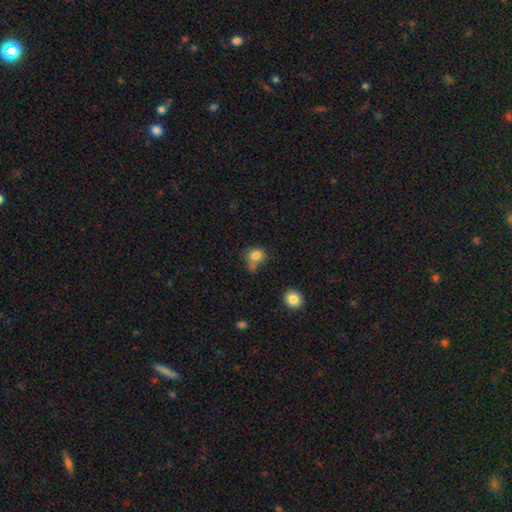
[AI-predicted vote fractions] This is clearly a smooth galaxy (81%). How rounded: likely round (67%). Merging: possibly none (52%).